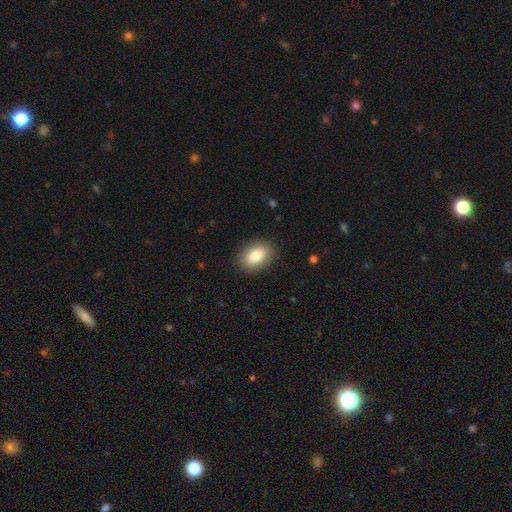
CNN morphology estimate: smooth 81%, featured or disk 11%, star or artifact 8%. Down the decision tree: how rounded — in between (82%); merging — none (88%).